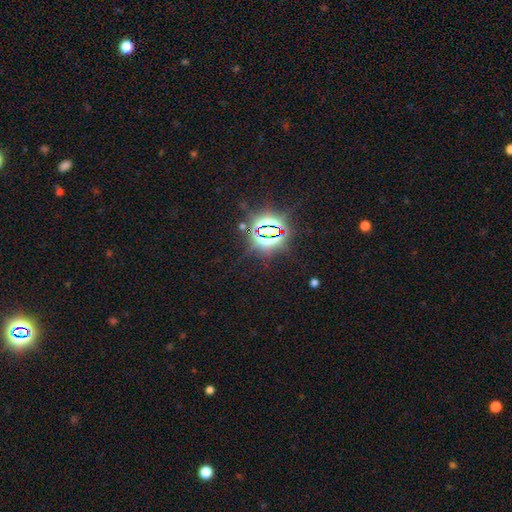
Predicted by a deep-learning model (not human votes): This appears to be a star or artifact, not a galaxy (84%).